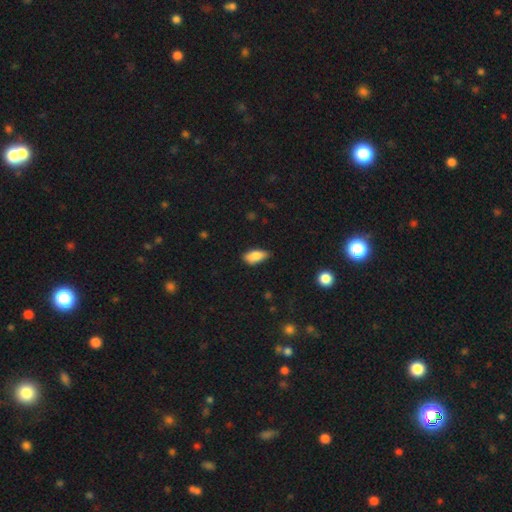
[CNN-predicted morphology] smooth 83%, featured or disk 10%, star or artifact 7%. Down the decision tree: how rounded — in between (87%); merging — none (72%).